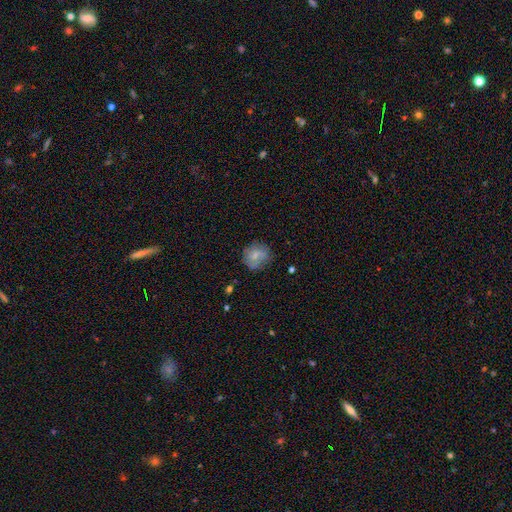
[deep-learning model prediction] smooth-or-featured: smooth: 64% | featured or disk: 27% | star or artifact: 9%
  how-rounded: round: 78% | in between: 20% | cigar-shaped: 1%
  merging: none: 66% | minor disturbance: 23% | major disturbance: 9% | merger: 2%